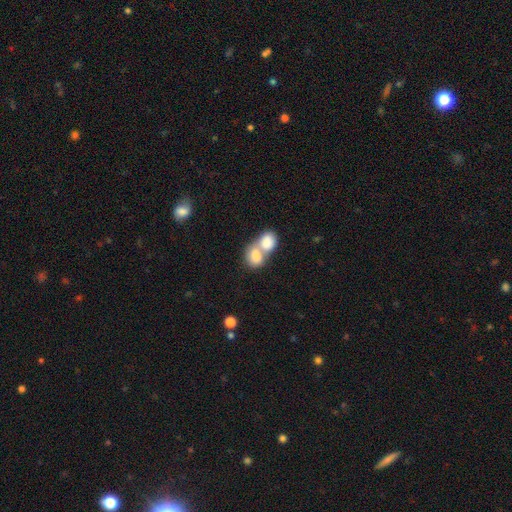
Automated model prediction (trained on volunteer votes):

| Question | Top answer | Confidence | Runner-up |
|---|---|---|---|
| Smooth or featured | smooth | 80% | featured or disk (14%) |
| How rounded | in between | 61% | round (37%) |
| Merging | merger | 77% | none (15%) |